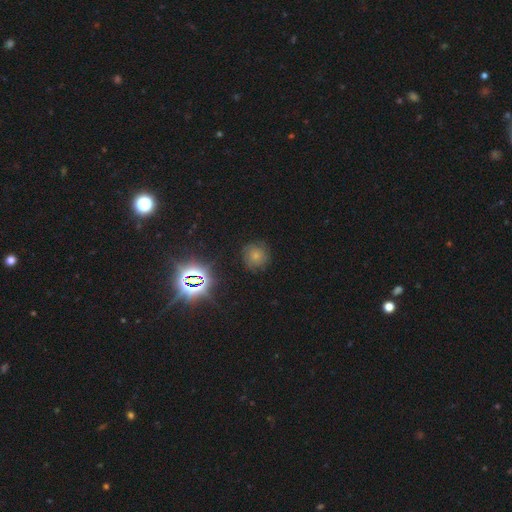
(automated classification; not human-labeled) smooth-or-featured: smooth: 55% | star or artifact: 25% | featured or disk: 19%
  how-rounded: round: 91% | in between: 8% | cigar-shaped: 1%
  merging: none: 81% | minor disturbance: 13% | major disturbance: 4% | merger: 1%